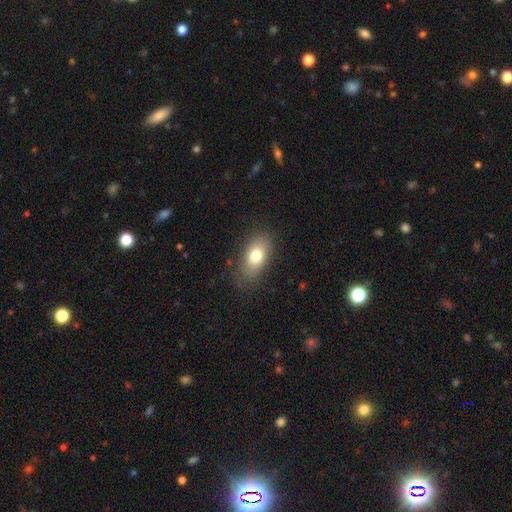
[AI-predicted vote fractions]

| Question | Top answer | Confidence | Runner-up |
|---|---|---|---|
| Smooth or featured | smooth | 74% | featured or disk (16%) |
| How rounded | in between | 86% | round (10%) |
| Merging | none | 79% | minor disturbance (14%) |